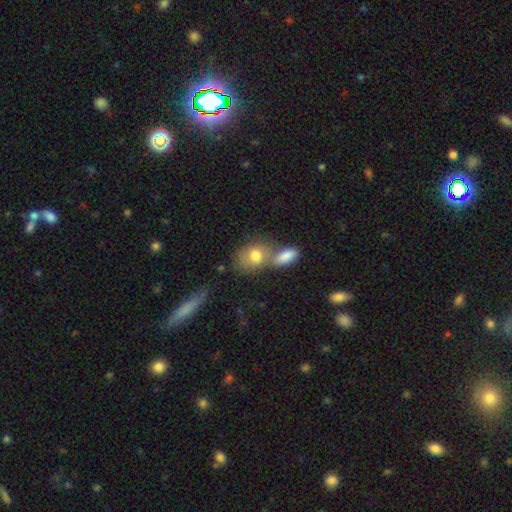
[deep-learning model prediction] smooth-or-featured: smooth: 77% | featured or disk: 15% | star or artifact: 8%
  how-rounded: in between: 70% | round: 28% | cigar-shaped: 2%
  merging: merger: 46% | none: 36% | minor disturbance: 13% | major disturbance: 6%